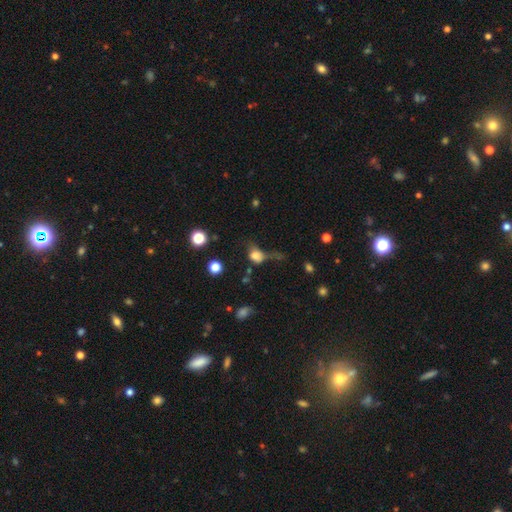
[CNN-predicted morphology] A smooth galaxy with no disk features (71%) that is round (56%). Merging: major disturbance (38%).